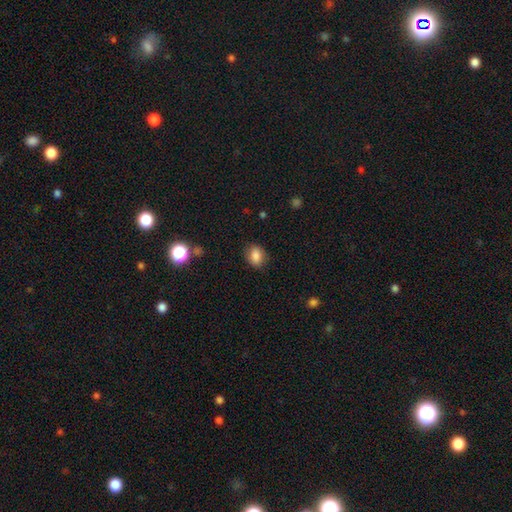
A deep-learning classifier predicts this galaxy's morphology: This appears to be a smooth galaxy with no disk features (84%) that is in between round and cigar-shaped (68%). Merging: none (83%).